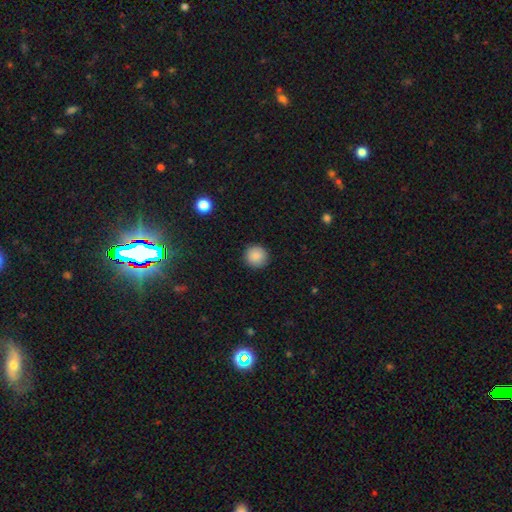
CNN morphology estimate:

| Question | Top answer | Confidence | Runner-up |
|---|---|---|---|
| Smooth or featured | smooth | 88% | star or artifact (9%) |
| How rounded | round | 95% | in between (4%) |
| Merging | none | 92% | minor disturbance (5%) |